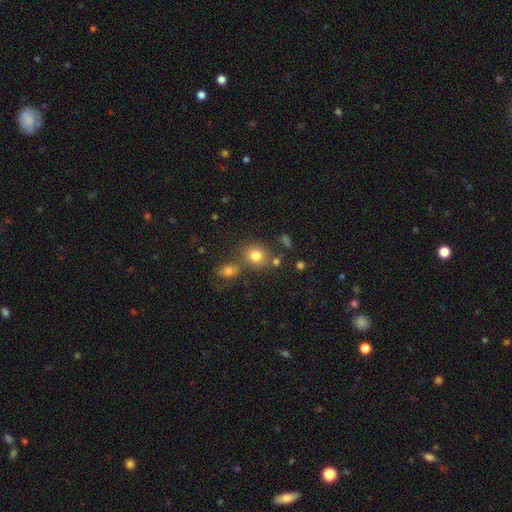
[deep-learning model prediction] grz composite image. It shows a smooth galaxy with no disk features (79%) that is round (74%). Merging: none (68%).